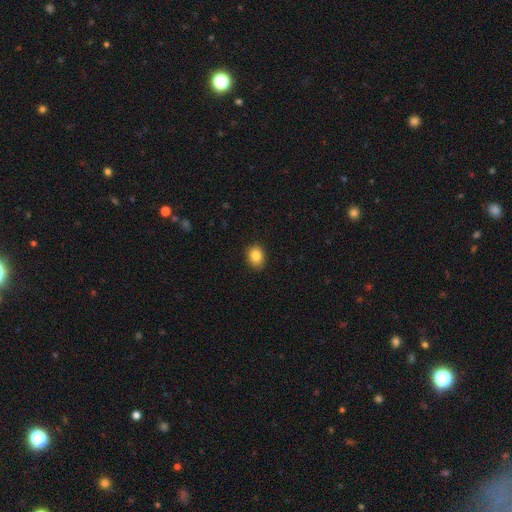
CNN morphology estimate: Smooth or featured? Predicted: smooth (p=0.85). How rounded? Predicted: in between (p=0.53). Merging? Predicted: none (p=0.88).